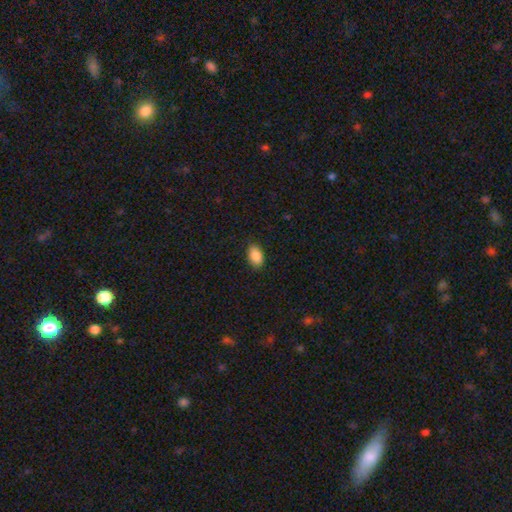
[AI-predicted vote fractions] smooth_or_featured: smooth (p=0.88) [alt: star or artifact p=0.07]
how_rounded: in between (p=0.91) [alt: round p=0.08]
merging: none (p=0.87) [alt: minor disturbance p=0.10]